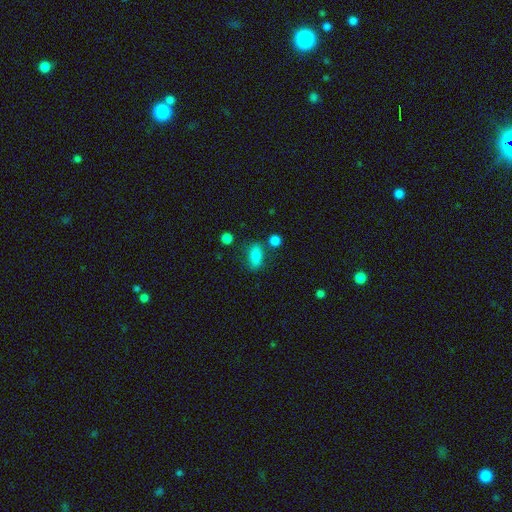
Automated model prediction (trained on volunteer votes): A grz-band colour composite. It shows a smooth galaxy with no disk features (79%) that is in between round and cigar-shaped (83%). Merging: none (67%).